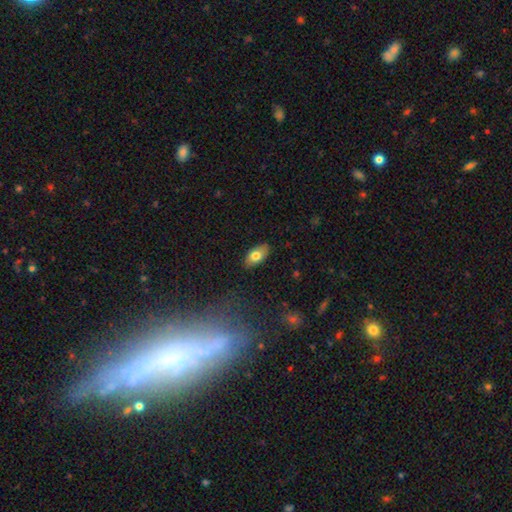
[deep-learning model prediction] The model was most divided on "smooth or featured": smooth: 76%, featured or disk: 17%, star or artifact: 7%. More confident: how rounded — in between (93%); merging — none (87%).